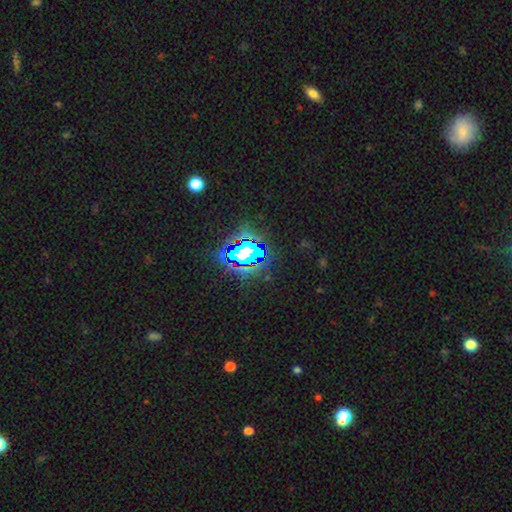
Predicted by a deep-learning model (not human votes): A star or artifact, not a galaxy (80%).

Vote fractions:
- Smooth or featured? star or artifact: 80% / smooth: 12% / featured or disk: 7%